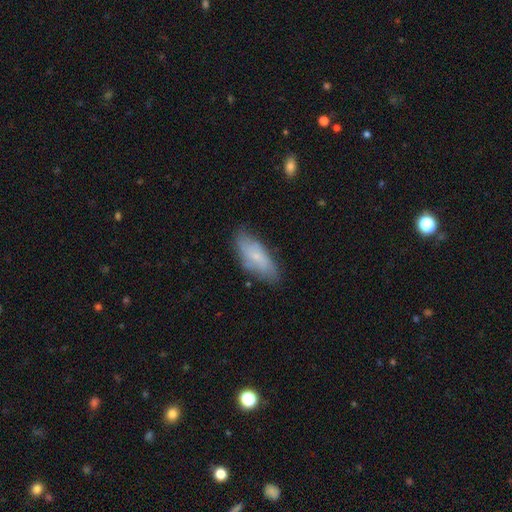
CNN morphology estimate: type=smooth (56%); roundness=in between (71%); merging=none (75%).